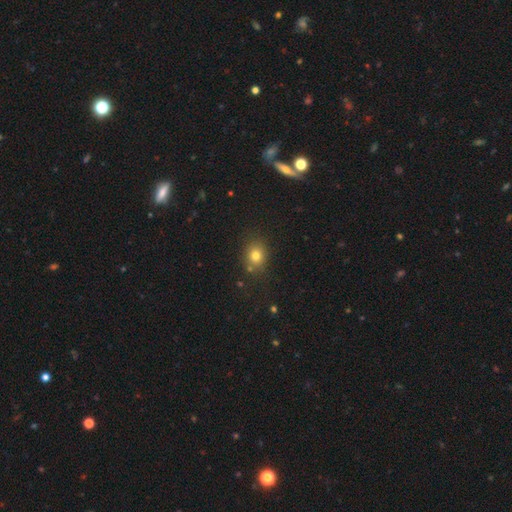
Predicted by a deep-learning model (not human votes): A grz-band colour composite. It shows a smooth galaxy with no disk features (77%) that is round (65%). Merging: none (78%).